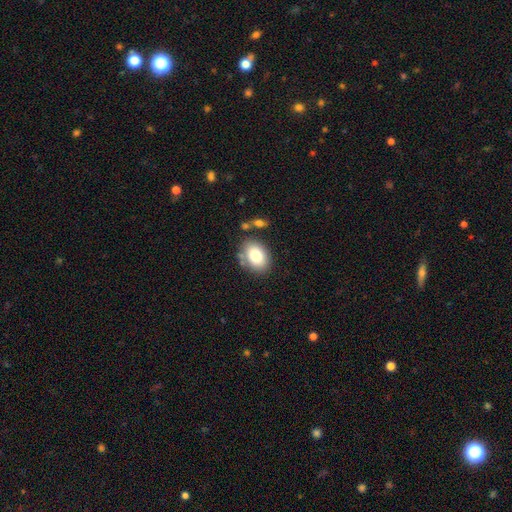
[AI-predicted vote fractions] Smooth or featured? Predicted: smooth (p=0.80). How rounded? Predicted: in between (p=0.77). Merging? Predicted: none (p=0.75).